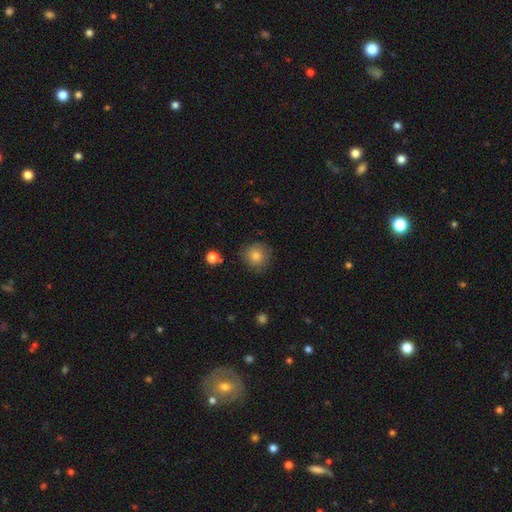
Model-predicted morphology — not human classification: This appears to be a smooth galaxy with no disk features (80%) that is round (92%). Merging: none (83%).